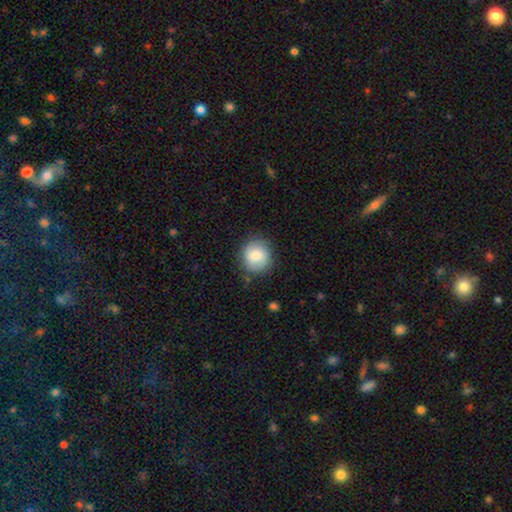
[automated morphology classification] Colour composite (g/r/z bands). It shows a smooth galaxy with no disk features (76%) that is round (89%). Merging: none (83%).